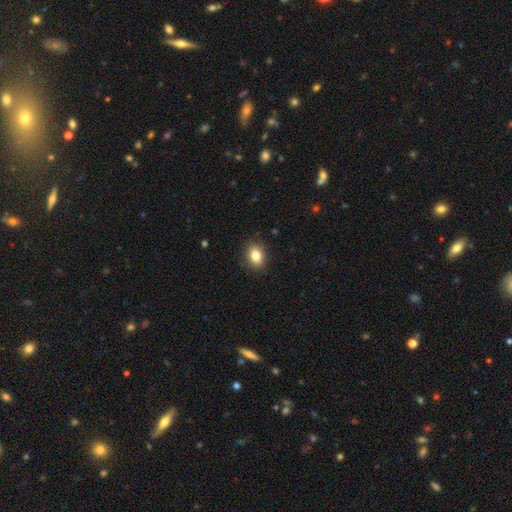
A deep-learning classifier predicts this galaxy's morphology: smooth-or-featured: smooth: 82% | star or artifact: 9% | featured or disk: 8%
  how-rounded: in between: 67% | round: 32% | cigar-shaped: 1%
  merging: none: 88% | minor disturbance: 9% | major disturbance: 2% | merger: 1%